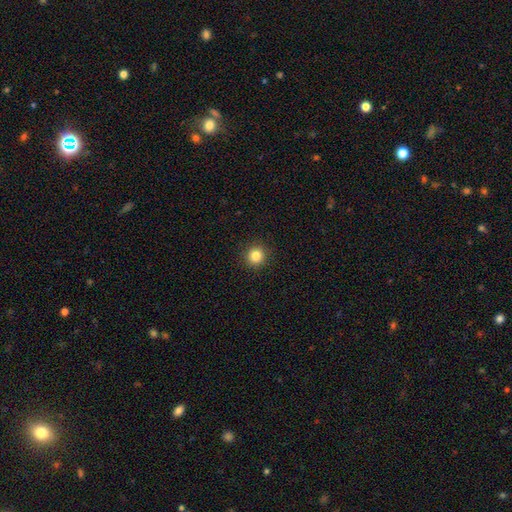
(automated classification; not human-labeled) smooth 84%, star or artifact 12%, featured or disk 5%. Down the decision tree: how rounded — round (94%); merging — none (93%).